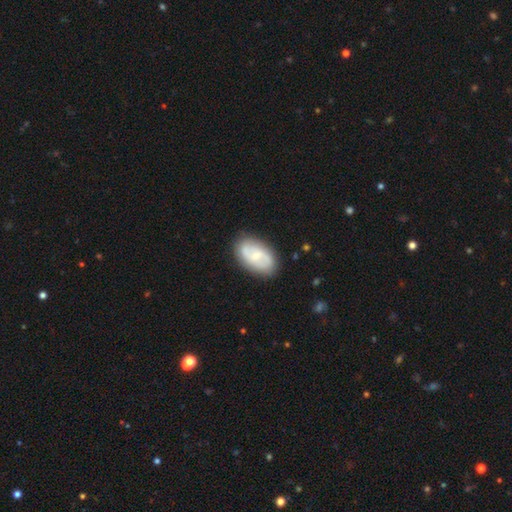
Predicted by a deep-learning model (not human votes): This appears to be a featured or disk galaxy (60%) with no bar (45%), spiral arms (82%) and a small central bulge (57%). Merging: none (82%).